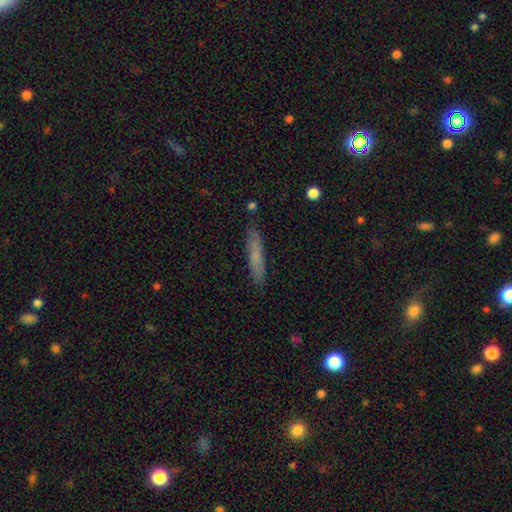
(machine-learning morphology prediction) Smooth or featured?
  - smooth: 69% *
  - featured or disk: 24%
  - star or artifact: 7%
How rounded?
  - cigar-shaped: 91% *
  - in between: 7%
  - round: 1%
Merging?
  - none: 86% *
  - minor disturbance: 10%
  - major disturbance: 2%
  - merger: 2%